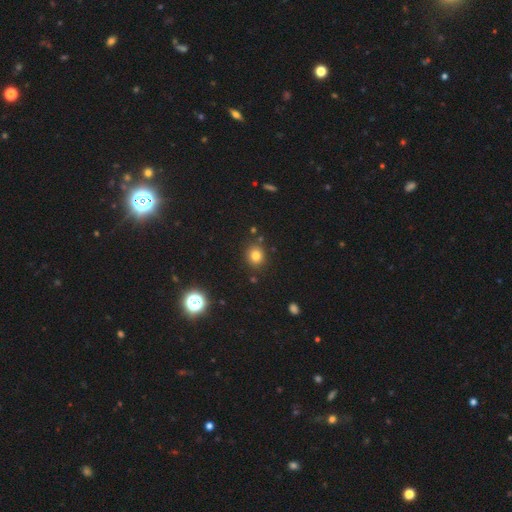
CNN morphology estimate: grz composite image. It shows a smooth galaxy with no disk features (78%) that is round (80%). Merging: none (85%).